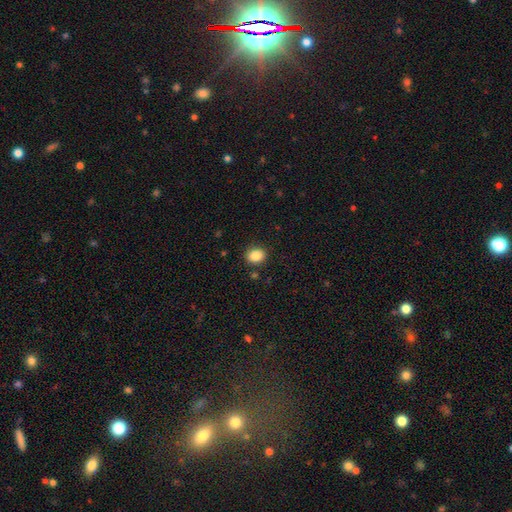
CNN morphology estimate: This is clearly a smooth galaxy (86%). How rounded: possibly round (53%). Merging: clearly none (87%).